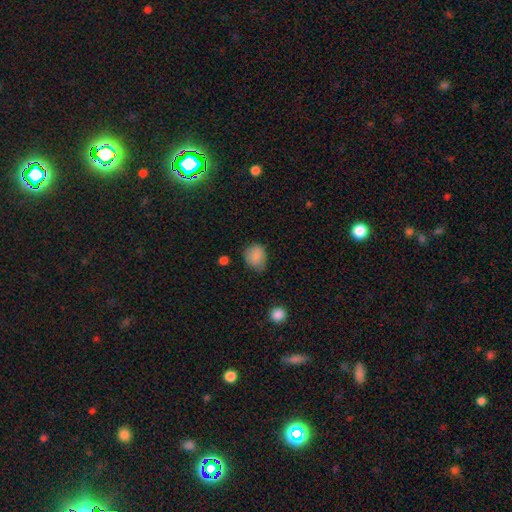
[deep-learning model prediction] The model was most divided on "how rounded": round: 60%, in between: 40%, cigar-shaped: 1%. More confident: smooth or featured — smooth (85%); merging — none (67%).